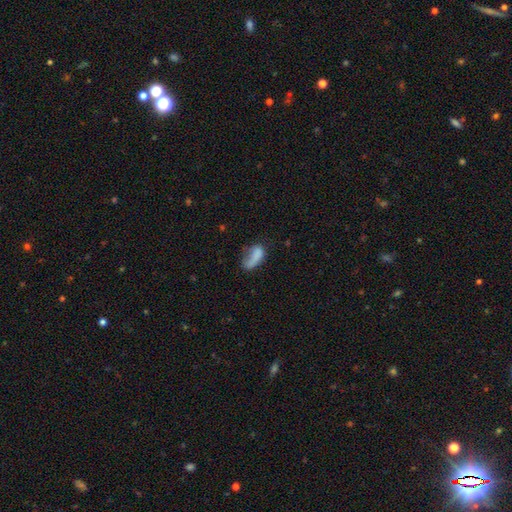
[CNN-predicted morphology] smooth-or-featured: smooth: 69% | featured or disk: 21% | star or artifact: 10%
  how-rounded: in between: 85% | cigar-shaped: 9% | round: 6%
  merging: major disturbance: 37% | none: 31% | minor disturbance: 24% | merger: 8%